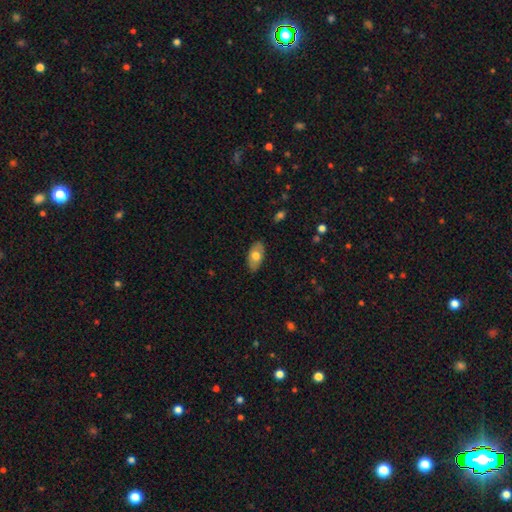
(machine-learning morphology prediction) Smooth or featured? smooth (66%)
How rounded? in between (93%)
Merging? none (84%)